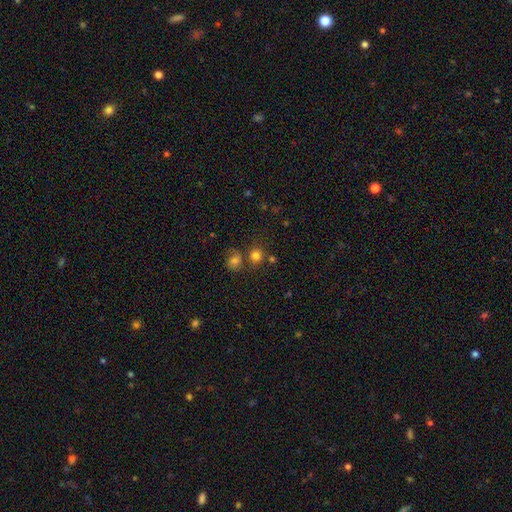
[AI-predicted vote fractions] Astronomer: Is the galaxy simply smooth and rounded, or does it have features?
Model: smooth — 78%.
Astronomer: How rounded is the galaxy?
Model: round — 88%.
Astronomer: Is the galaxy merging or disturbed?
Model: none — 66%.